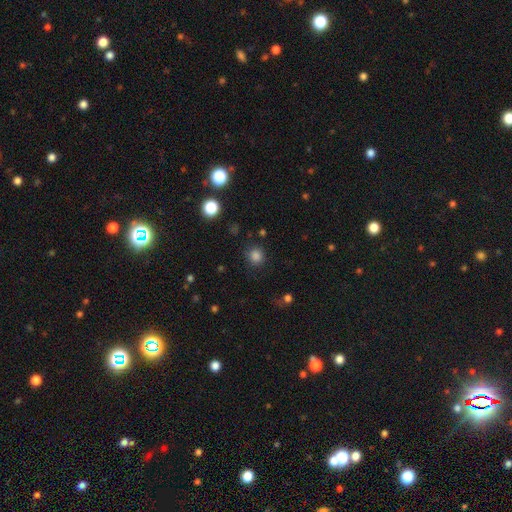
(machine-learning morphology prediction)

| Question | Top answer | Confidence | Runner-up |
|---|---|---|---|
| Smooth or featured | smooth | 82% | star or artifact (14%) |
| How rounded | round | 89% | in between (10%) |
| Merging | none | 86% | minor disturbance (9%) |